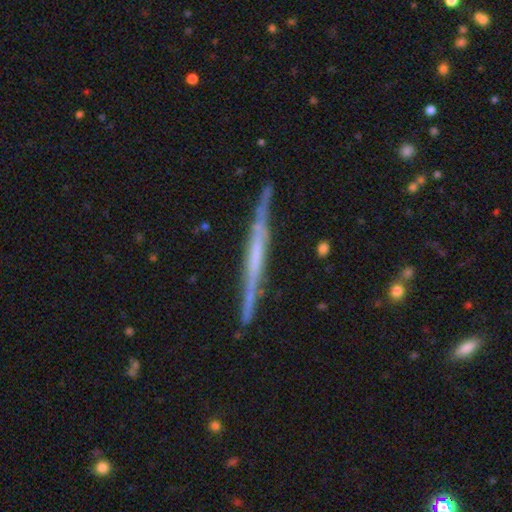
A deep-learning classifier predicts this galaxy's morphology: featured or disk 70%, smooth 24%, star or artifact 6%. Down the decision tree: edge-on disk — yes (96%); edge-on bulge — none (74%); merging — none (85%).